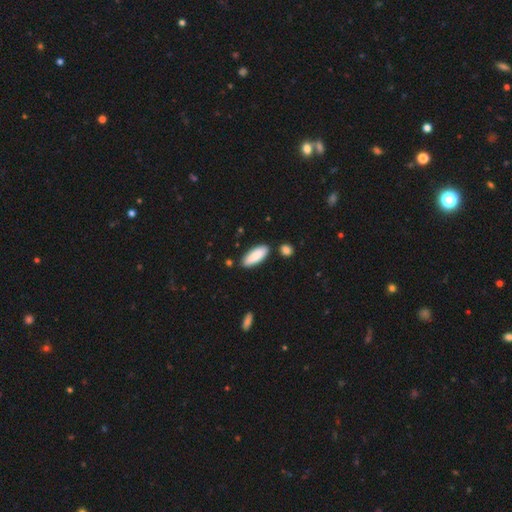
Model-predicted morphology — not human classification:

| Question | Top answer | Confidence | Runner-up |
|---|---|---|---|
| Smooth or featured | smooth | 87% | featured or disk (7%) |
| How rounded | in between | 71% | cigar-shaped (27%) |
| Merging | none | 82% | minor disturbance (11%) |